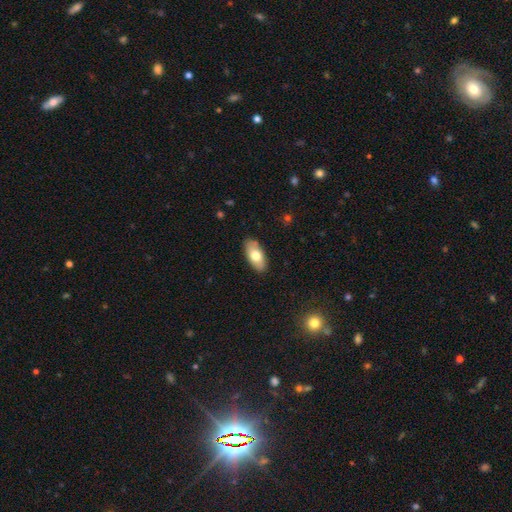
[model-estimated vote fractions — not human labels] Smooth or featured? smooth (70%)
How rounded? in between (90%)
Merging? none (87%)